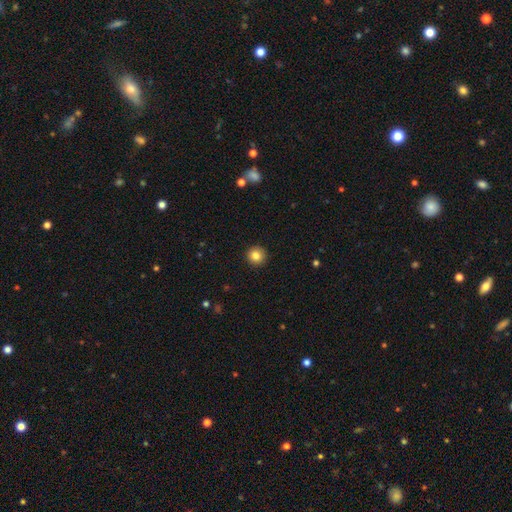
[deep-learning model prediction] The model was most divided on "smooth or featured": smooth: 84%, star or artifact: 10%, featured or disk: 6%. More confident: how rounded — round (95%); merging — none (93%).